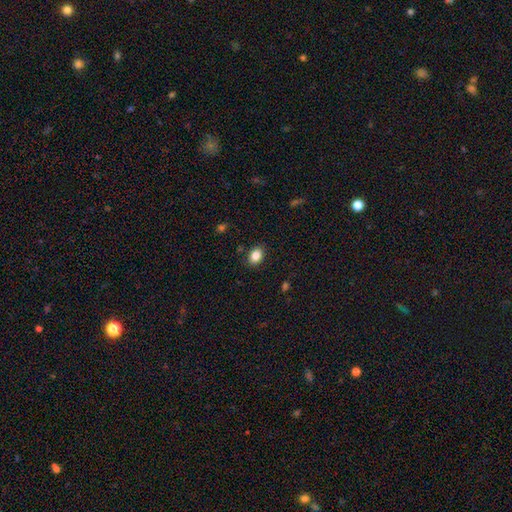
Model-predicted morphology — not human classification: Overall: smooth (85%). How rounded: in between (70%). Merging: none (87%).